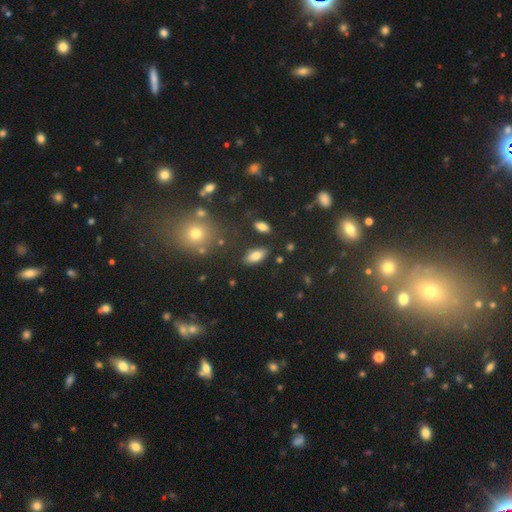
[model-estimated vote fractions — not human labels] The model was most divided on "smooth or featured": smooth: 80%, featured or disk: 10%, star or artifact: 10%. More confident: how rounded — in between (89%); merging — none (83%).